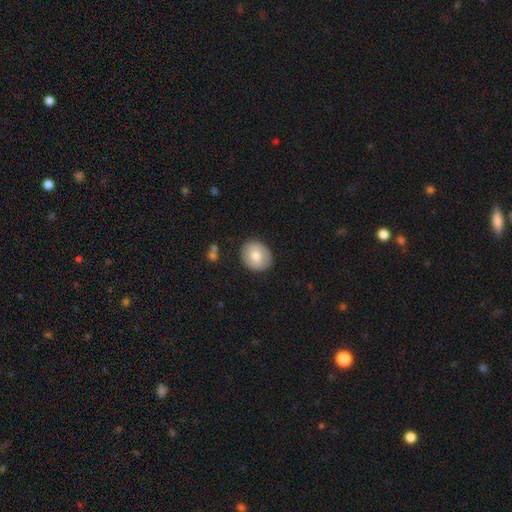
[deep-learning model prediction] A smooth galaxy with no disk features (69%) that is round (66%).

Vote fractions:
- Smooth or featured? smooth: 69% / featured or disk: 25% / star or artifact: 7%
- How rounded? round: 66% / in between: 33% / cigar-shaped: 1%
- Merging? none: 87% / minor disturbance: 10% / major disturbance: 2% / merger: 1%